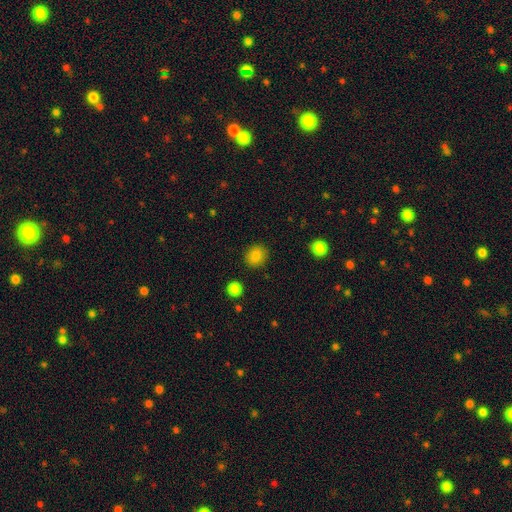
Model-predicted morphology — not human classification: The model was most divided on "how rounded": round: 80%, in between: 19%, cigar-shaped: 1%. More confident: merging — none (89%); smooth or featured — smooth (84%).